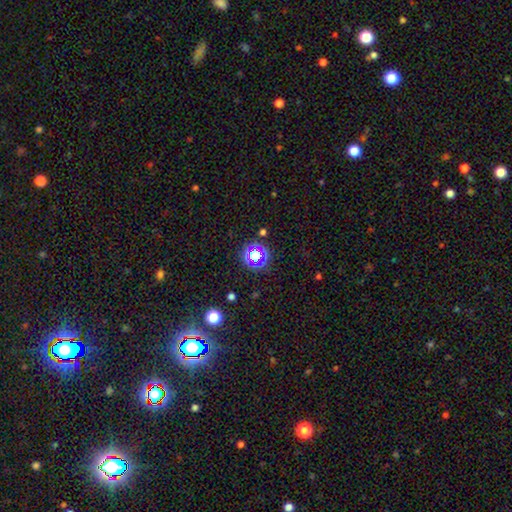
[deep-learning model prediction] A star or artifact, not a galaxy (64%).

Vote fractions:
- Smooth or featured? star or artifact: 64% / smooth: 26% / featured or disk: 10%